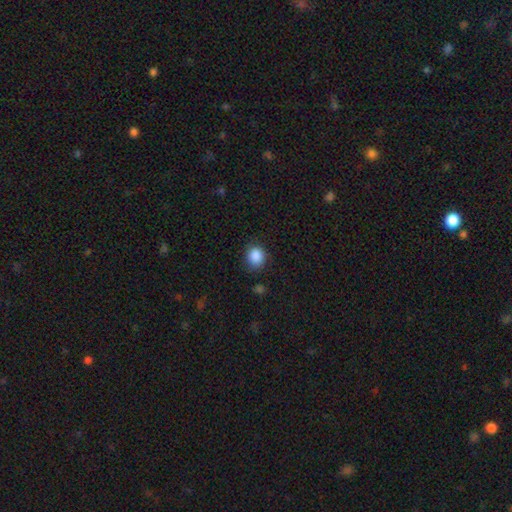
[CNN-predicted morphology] smooth 87%, star or artifact 9%, featured or disk 3%. Down the decision tree: how rounded — round (75%); merging — none (78%).